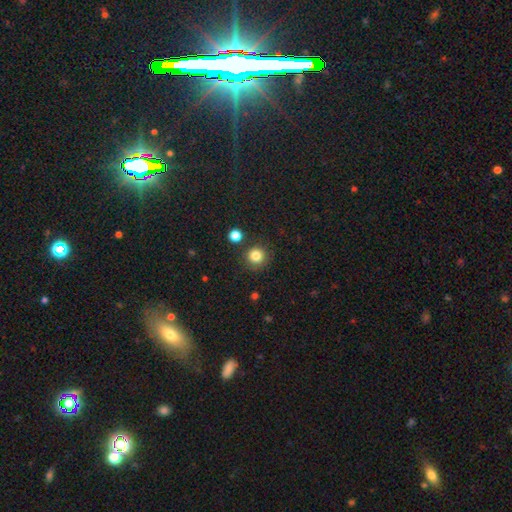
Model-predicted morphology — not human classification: Overall: smooth (83%). How rounded: round (94%). Merging: none (86%).